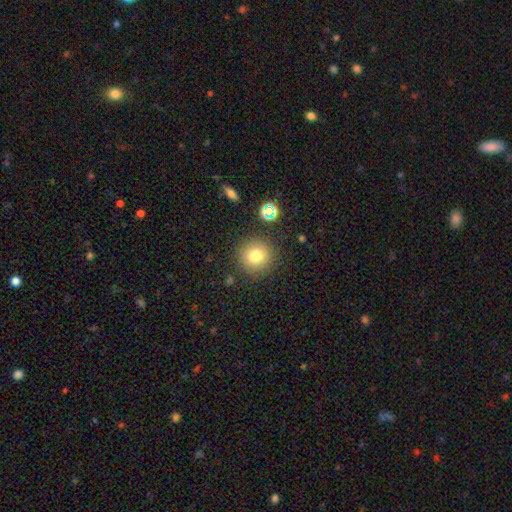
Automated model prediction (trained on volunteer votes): Morphology: type=smooth (78%); roundness=round (92%); merging=none (86%).